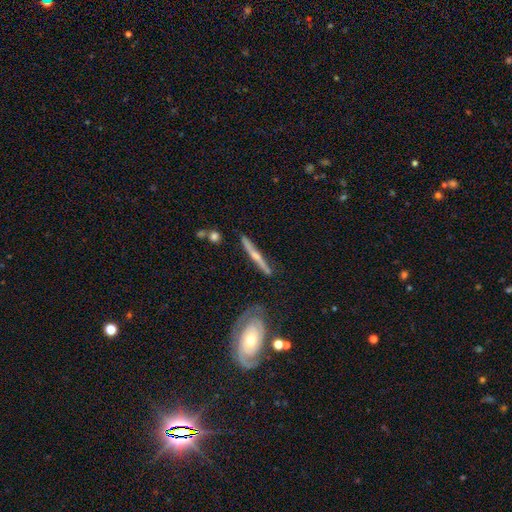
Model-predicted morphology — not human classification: Smooth or featured? featured or disk (69%)
Edge-on disk? yes (93%)
Edge-on bulge? rounded (74%)
Merging? none (80%)